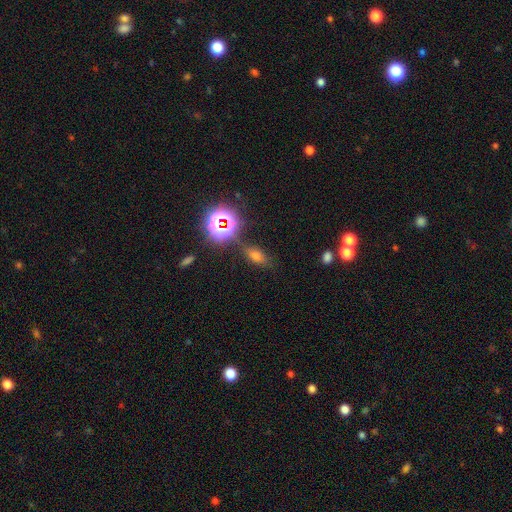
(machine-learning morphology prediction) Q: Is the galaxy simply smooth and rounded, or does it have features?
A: smooth — 53%.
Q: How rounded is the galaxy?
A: in between — 72%.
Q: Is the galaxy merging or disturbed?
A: none — 76%.